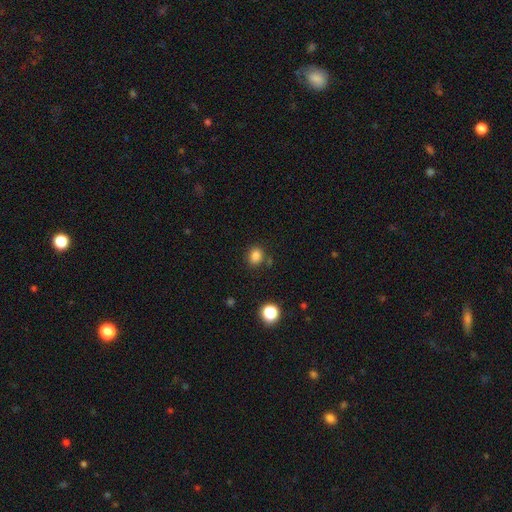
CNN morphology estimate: This is clearly a smooth galaxy (83%). How rounded: likely round (67%). Merging: clearly none (81%).